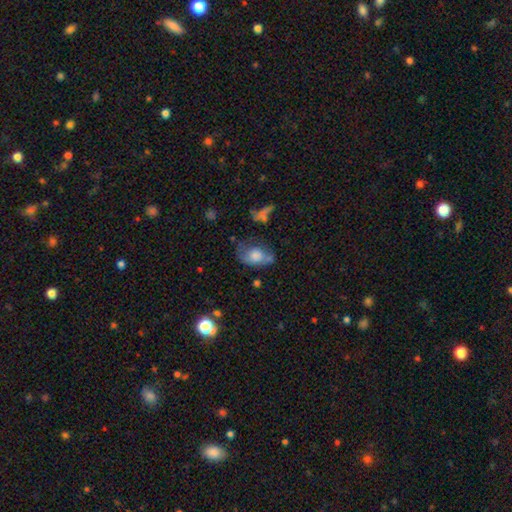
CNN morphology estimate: Smooth or featured? Predicted: smooth (p=0.64). How rounded? Predicted: in between (p=0.82). Merging? Predicted: none (p=0.37).